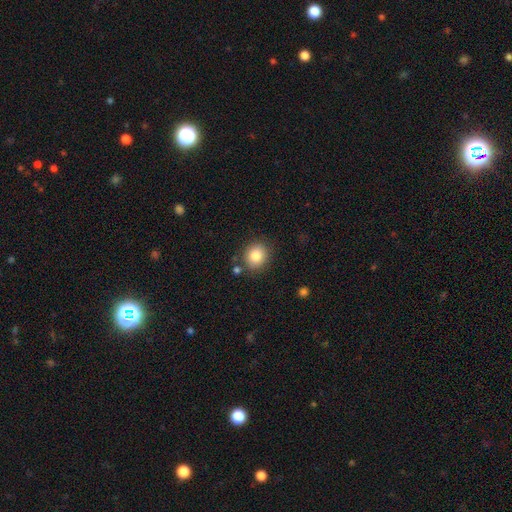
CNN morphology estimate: A smooth galaxy with no disk features (83%) that is round (81%). Merging: none (83%).